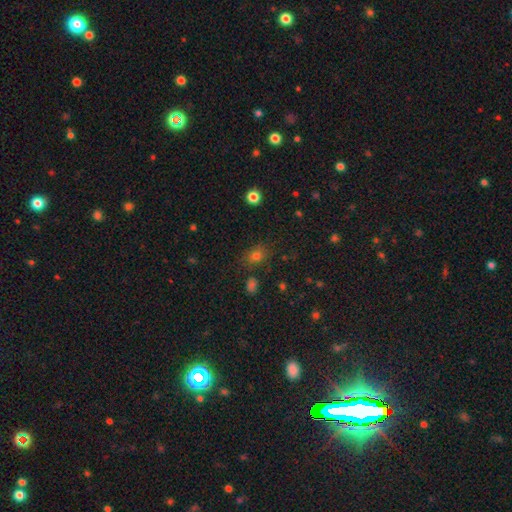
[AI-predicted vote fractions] A smooth galaxy with no disk features (56%) that is round (55%).

Vote fractions:
- Smooth or featured? smooth: 56% / star or artifact: 37% / featured or disk: 7%
- How rounded? round: 55% / in between: 43% / cigar-shaped: 2%
- Merging? none: 82% / minor disturbance: 11% / major disturbance: 4% / merger: 4%